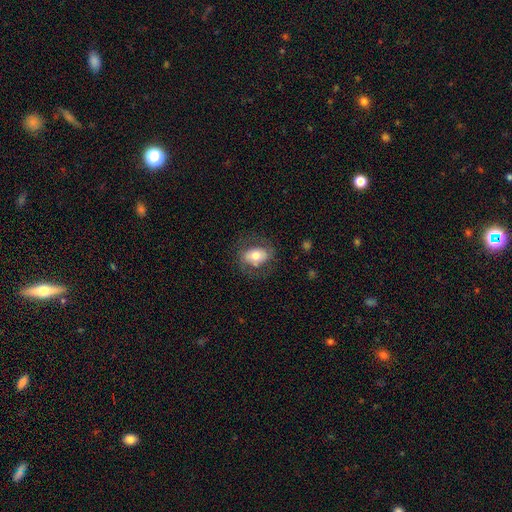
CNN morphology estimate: This appears to be a smooth galaxy with no disk features (62%) that is in between round and cigar-shaped (74%). Merging: none (72%).